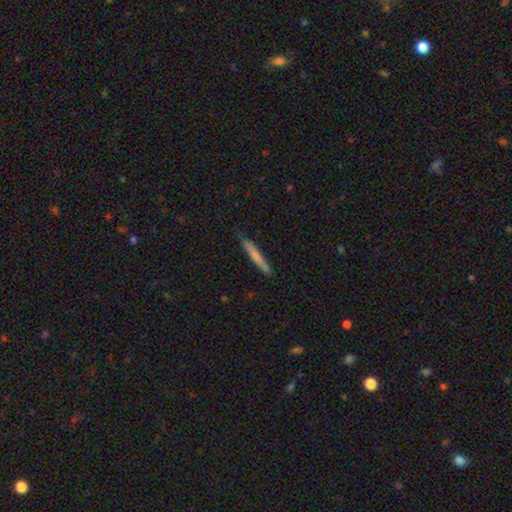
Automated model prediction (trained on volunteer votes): A smooth galaxy with no disk features (68%) that is cigar-shaped (96%).

Vote fractions:
- Smooth or featured? smooth: 68% / featured or disk: 27% / star or artifact: 6%
- How rounded? cigar-shaped: 96% / in between: 3% / round: 1%
- Merging? none: 82% / minor disturbance: 14% / major disturbance: 2% / merger: 2%